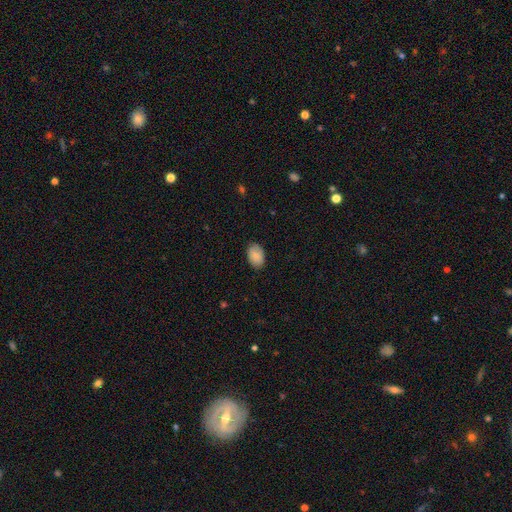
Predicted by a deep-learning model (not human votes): smooth-or-featured: smooth: 84% | featured or disk: 10% | star or artifact: 7%
  how-rounded: in between: 89% | round: 10% | cigar-shaped: 1%
  merging: none: 84% | minor disturbance: 13% | major disturbance: 2% | merger: 1%